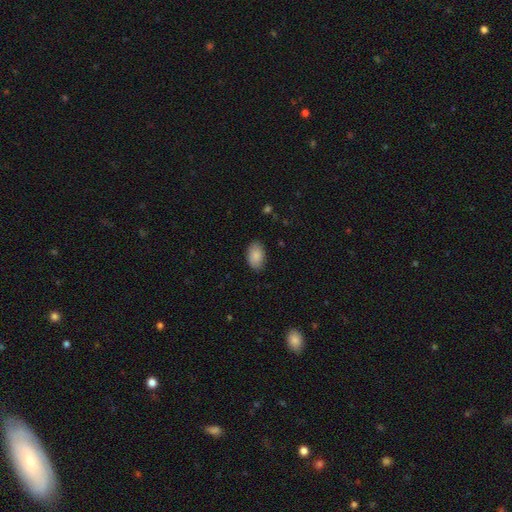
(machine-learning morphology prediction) smooth_or_featured: smooth (p=0.88) [alt: star or artifact p=0.06]
how_rounded: in between (p=0.91) [alt: round p=0.07]
merging: none (p=0.84) [alt: minor disturbance p=0.12]